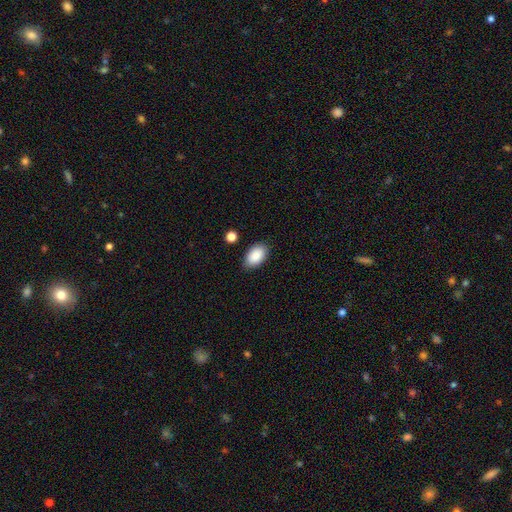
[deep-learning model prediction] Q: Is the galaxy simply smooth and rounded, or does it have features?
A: smooth — 89%.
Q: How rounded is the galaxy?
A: in between — 93%.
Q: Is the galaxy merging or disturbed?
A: none — 84%.